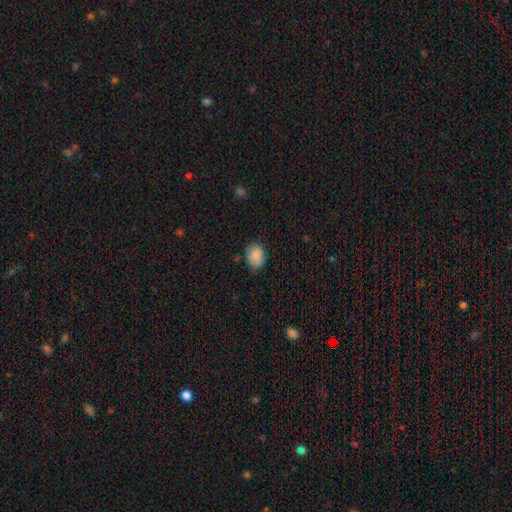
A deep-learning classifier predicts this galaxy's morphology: Smooth or featured?
  - smooth: 86% *
  - star or artifact: 7%
  - featured or disk: 7%
How rounded?
  - in between: 66% *
  - round: 33%
  - cigar-shaped: 1%
Merging?
  - none: 76% *
  - minor disturbance: 19%
  - major disturbance: 3%
  - merger: 2%